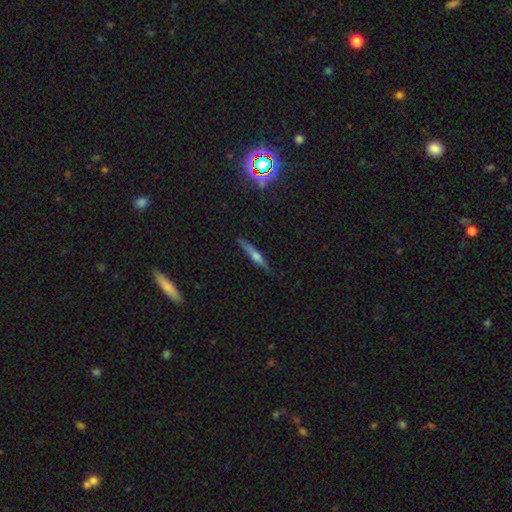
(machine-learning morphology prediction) Smooth or featured: featured or disk — 54% (smooth — 36%)
Edge-on disk: yes — 96% (no — 4%)
Edge-on bulge: rounded — 74% (none — 13%)
Merging: none — 85% (minor disturbance — 11%)